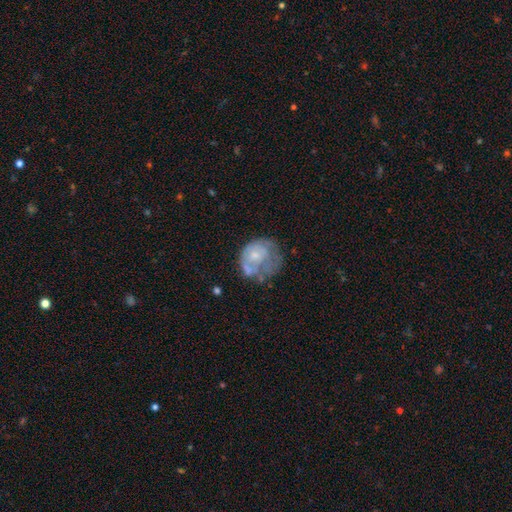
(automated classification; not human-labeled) Smooth or featured? featured or disk (54%)
Edge-on disk? no (98%)
Bar? no (84%)
Spiral arms? no (65%)
Bulge size? small (47%)
Merging? major disturbance (33%)